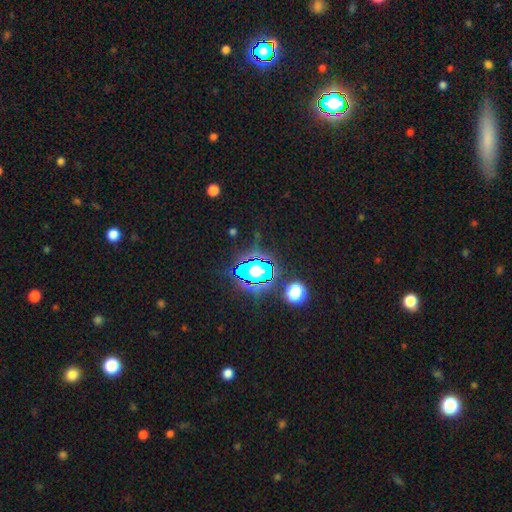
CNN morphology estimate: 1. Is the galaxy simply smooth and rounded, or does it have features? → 81% star or artifact, 12% smooth, 7% featured or disk.